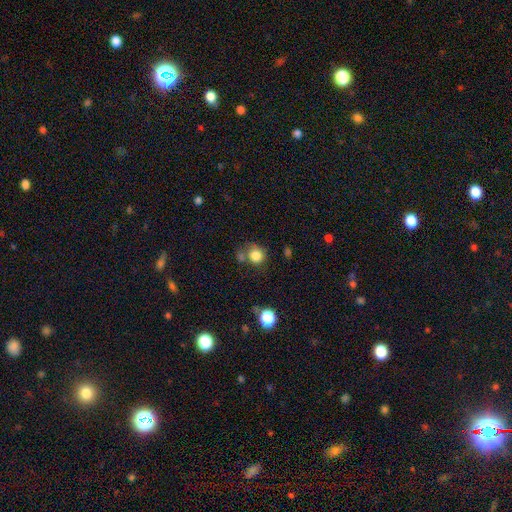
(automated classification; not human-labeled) smooth-or-featured: smooth: 83% | star or artifact: 11% | featured or disk: 6%
  how-rounded: round: 85% | in between: 14% | cigar-shaped: 1%
  merging: none: 60% | merger: 17% | minor disturbance: 16% | major disturbance: 7%